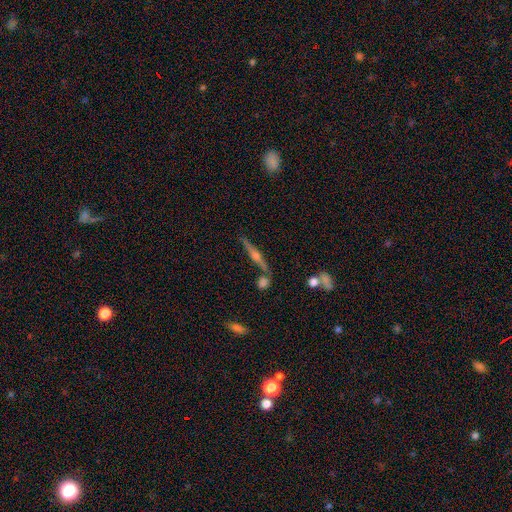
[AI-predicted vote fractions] A featured or disk galaxy (77%) viewed edge-on (96%) with a rounded central bulge (90%). Merging: none (78%).